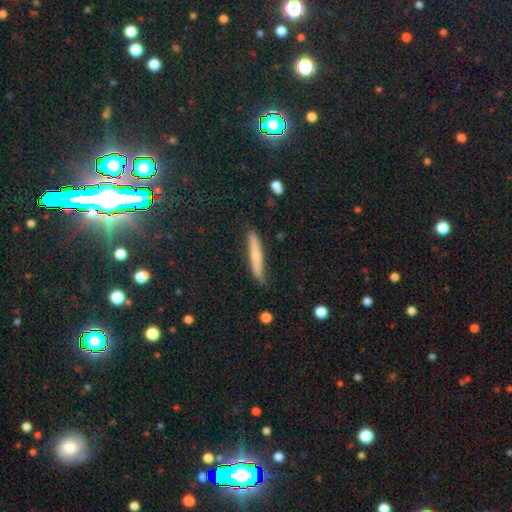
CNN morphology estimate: Smooth or featured?
  - smooth: 52% *
  - featured or disk: 39%
  - star or artifact: 9%
How rounded?
  - cigar-shaped: 91% *
  - in between: 6%
  - round: 2%
Merging?
  - none: 81% *
  - minor disturbance: 15%
  - major disturbance: 3%
  - merger: 2%